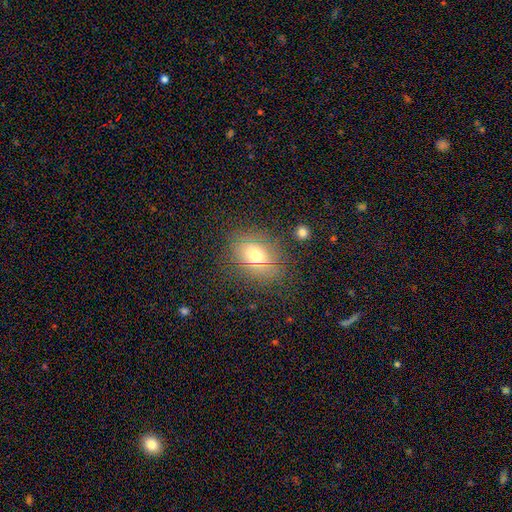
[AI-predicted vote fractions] Morphology: type=smooth (62%); roundness=in between (54%); merging=none (81%).